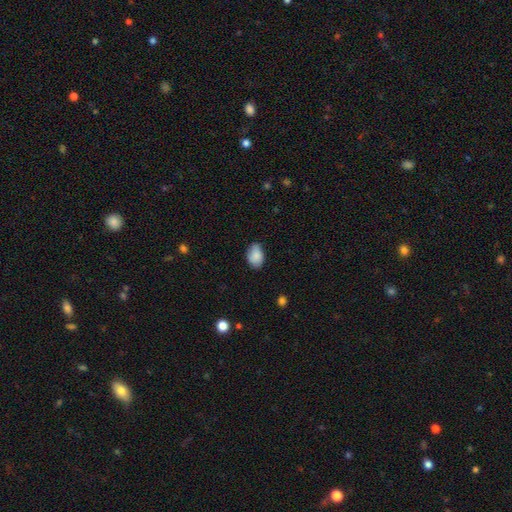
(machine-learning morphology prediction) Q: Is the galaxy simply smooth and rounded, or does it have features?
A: smooth — 87%.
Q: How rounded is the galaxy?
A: in between — 85%.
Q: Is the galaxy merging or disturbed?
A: none — 69%.